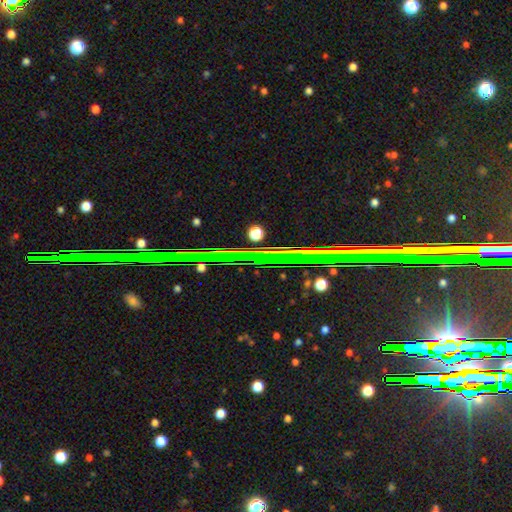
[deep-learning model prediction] Smooth or featured?
  - star or artifact: 83% *
  - featured or disk: 10%
  - smooth: 7%